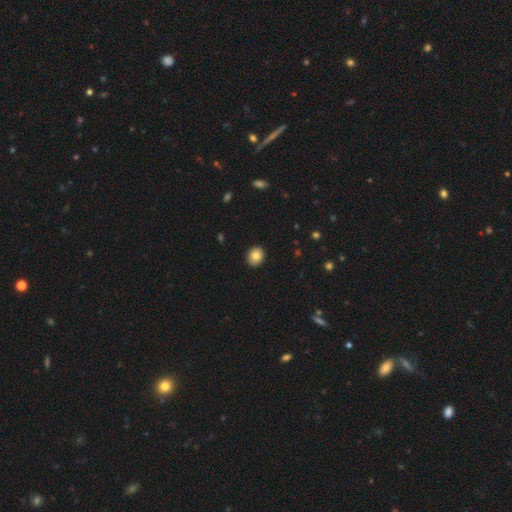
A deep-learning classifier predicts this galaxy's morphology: smooth 82%, featured or disk 10%, star or artifact 9%. Down the decision tree: how rounded — round (74%); merging — none (91%).